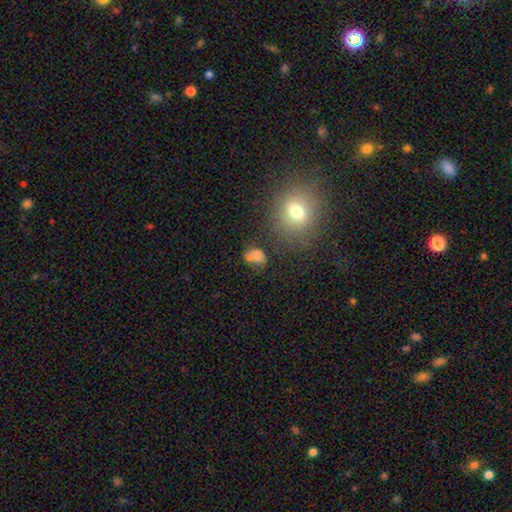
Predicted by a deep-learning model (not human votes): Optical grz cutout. It shows a smooth galaxy with no disk features (73%) that is in between round and cigar-shaped (61%). Merging: none (45%).